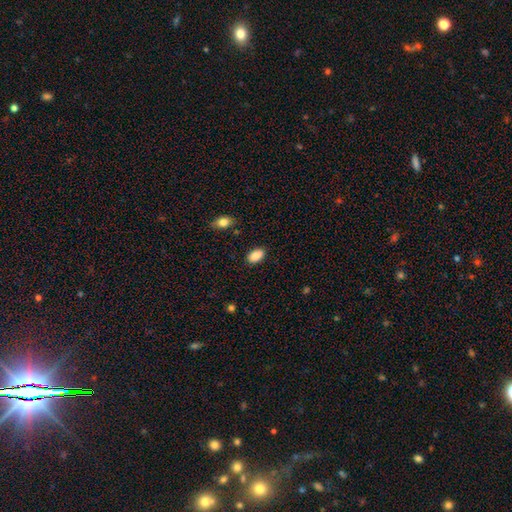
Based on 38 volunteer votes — A smooth galaxy with no disk features (92%) that is in between round and cigar-shaped (89%). Merging: none (89%).